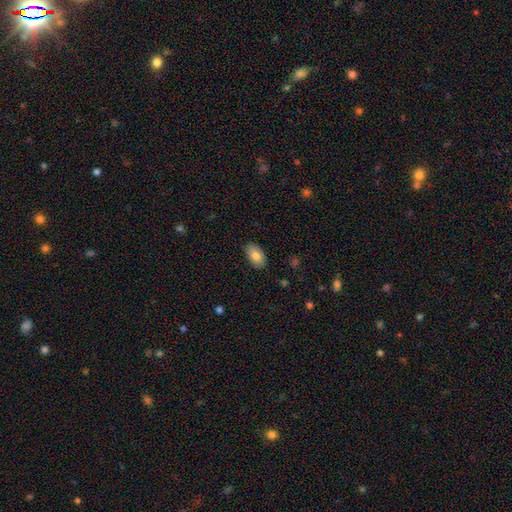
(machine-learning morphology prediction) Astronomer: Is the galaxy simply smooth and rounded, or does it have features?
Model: smooth — 83%.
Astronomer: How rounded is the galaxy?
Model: in between — 94%.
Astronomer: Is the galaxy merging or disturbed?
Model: none — 87%.